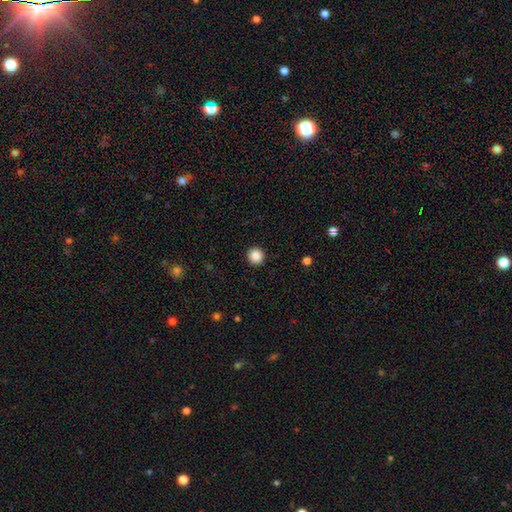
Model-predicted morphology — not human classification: Q: Smooth or featured?
A: smooth (86%); runner-up: star or artifact (9%)
Q: How rounded?
A: round (96%); runner-up: in between (3%)
Q: Merging?
A: none (94%); runner-up: minor disturbance (4%)